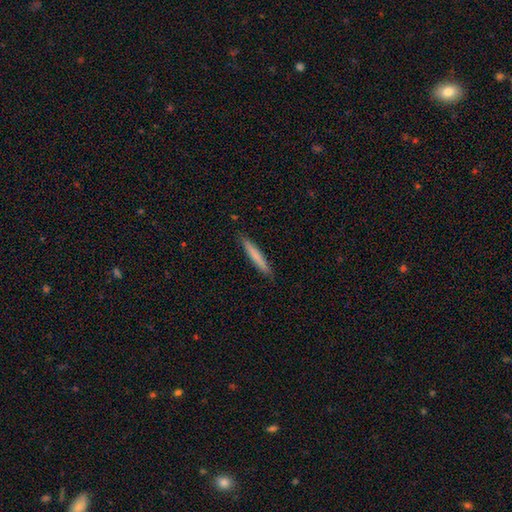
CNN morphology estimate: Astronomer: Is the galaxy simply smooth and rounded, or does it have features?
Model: smooth — 75%.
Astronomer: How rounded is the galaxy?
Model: cigar-shaped — 95%.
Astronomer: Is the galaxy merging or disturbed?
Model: none — 89%.